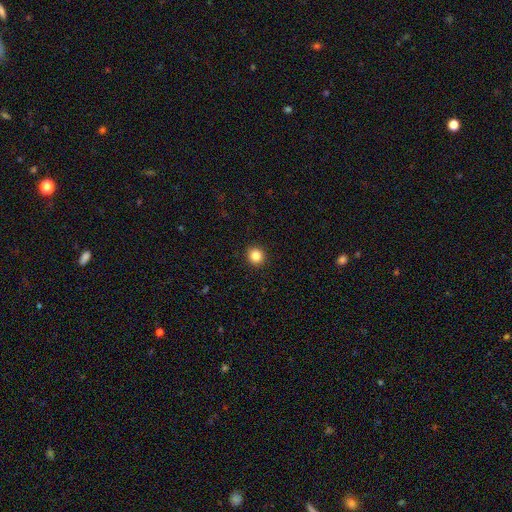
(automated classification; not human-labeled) Smooth or featured? smooth (86%)
How rounded? round (91%)
Merging? none (92%)